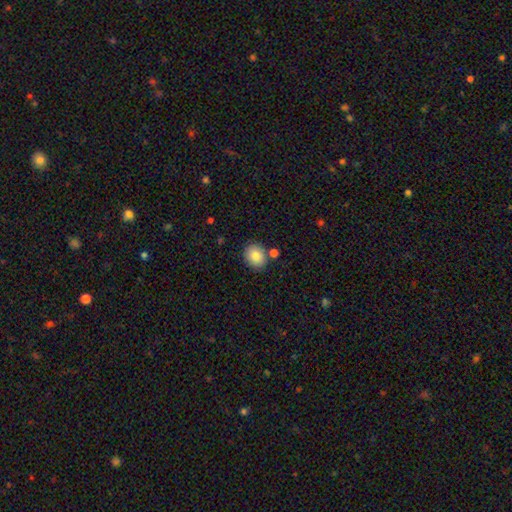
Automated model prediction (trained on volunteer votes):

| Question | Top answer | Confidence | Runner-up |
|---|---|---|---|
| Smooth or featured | smooth | 83% | star or artifact (9%) |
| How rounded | round | 57% | in between (42%) |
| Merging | none | 79% | minor disturbance (10%) |